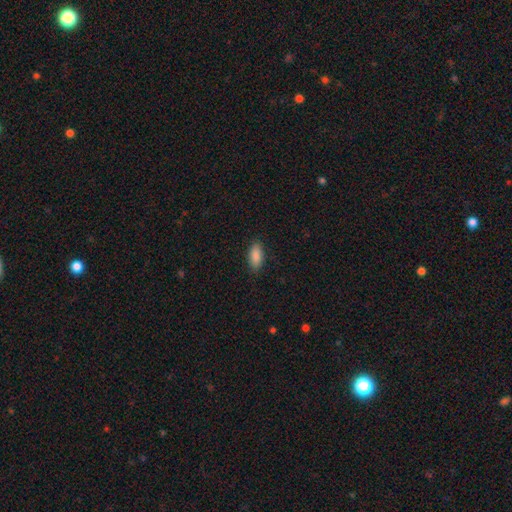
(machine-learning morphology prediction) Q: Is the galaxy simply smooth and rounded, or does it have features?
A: smooth — 89%.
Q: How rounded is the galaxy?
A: in between — 87%.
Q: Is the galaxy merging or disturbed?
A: none — 87%.